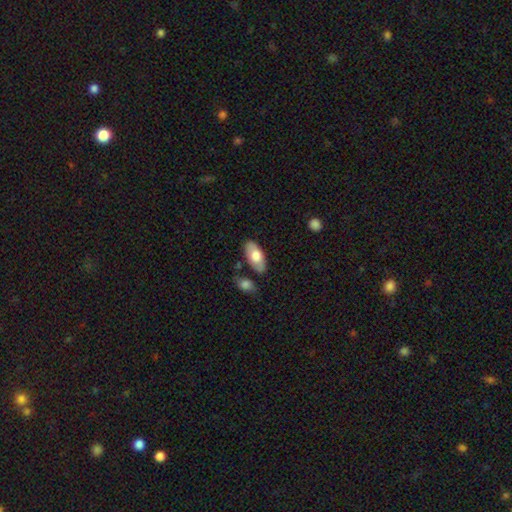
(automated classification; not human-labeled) Smooth or featured?
  - smooth: 71% *
  - featured or disk: 24%
  - star or artifact: 5%
How rounded?
  - in between: 92% *
  - cigar-shaped: 5%
  - round: 2%
Merging?
  - none: 77% *
  - minor disturbance: 13%
  - merger: 6%
  - major disturbance: 3%